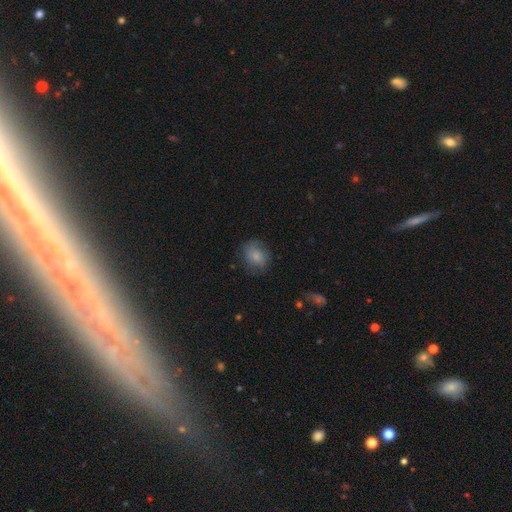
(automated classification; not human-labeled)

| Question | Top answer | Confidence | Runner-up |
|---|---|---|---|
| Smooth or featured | smooth | 79% | featured or disk (13%) |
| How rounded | round | 58% | in between (41%) |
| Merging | none | 72% | minor disturbance (20%) |